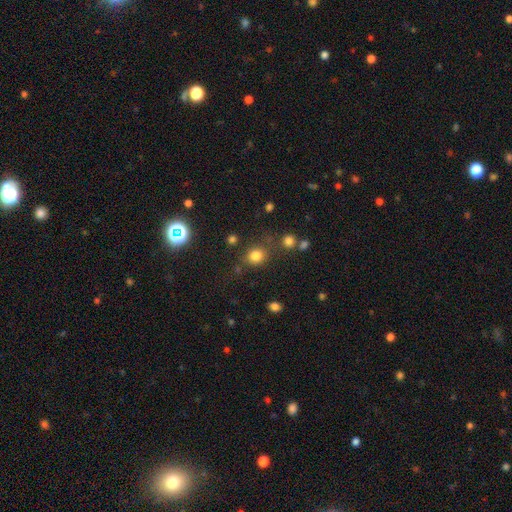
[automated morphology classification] Smooth or featured: smooth — 78% (star or artifact — 16%)
How rounded: round — 78% (in between — 21%)
Merging: none — 74% (minor disturbance — 12%)